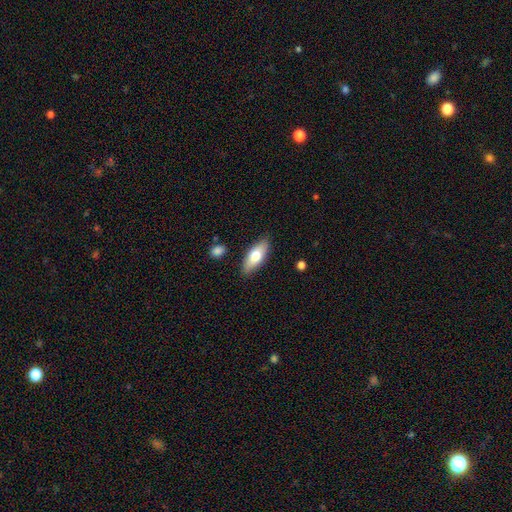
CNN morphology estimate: smooth-or-featured: smooth: 70% | featured or disk: 24% | star or artifact: 6%
  how-rounded: in between: 78% | cigar-shaped: 20% | round: 3%
  merging: none: 86% | minor disturbance: 10% | major disturbance: 2% | merger: 2%